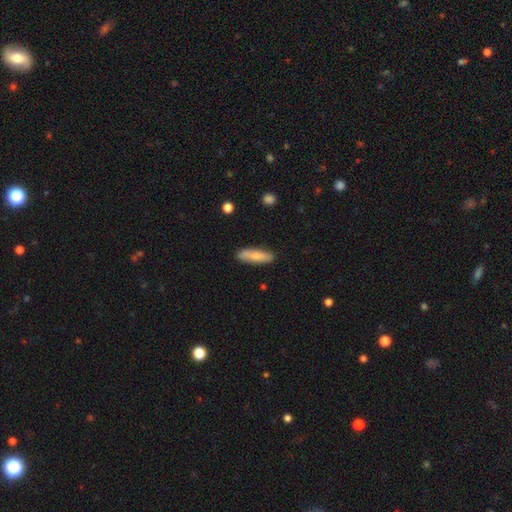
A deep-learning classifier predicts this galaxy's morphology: This appears to be a smooth galaxy with no disk features (73%) that is cigar-shaped (64%). Merging: none (85%).